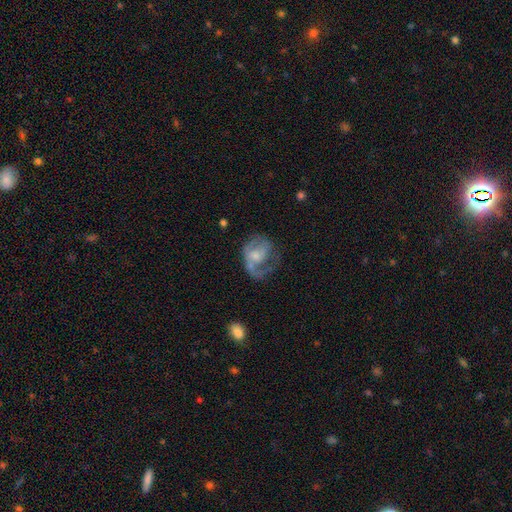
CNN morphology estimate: Smooth or featured? featured or disk (69%)
Edge-on disk? no (98%)
Bar? no (63%)
Spiral arms? yes (79%)
Spiral winding? medium (43%)
Spiral arm count? 1 (51%)
Bulge size? small (45%)
Merging? major disturbance (39%)